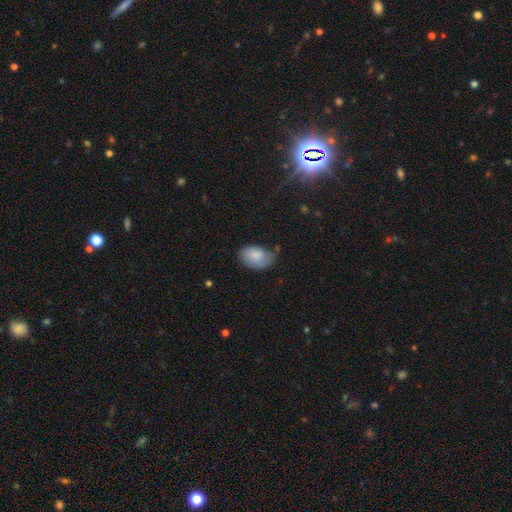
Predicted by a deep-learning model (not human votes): Smooth or featured? smooth (76%)
How rounded? in between (83%)
Merging? none (43%)